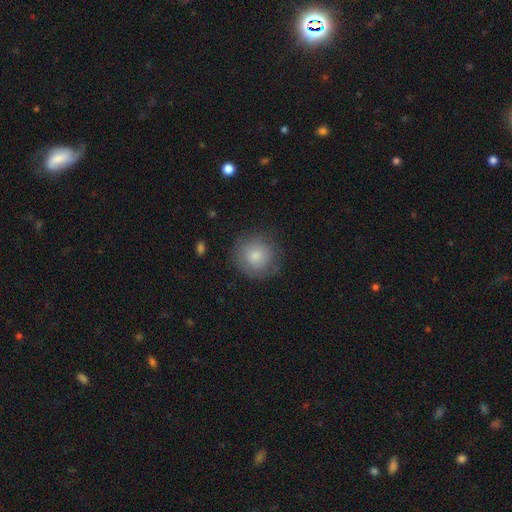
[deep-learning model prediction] Q: Smooth or featured?
A: smooth (80%); runner-up: featured or disk (12%)
Q: How rounded?
A: round (91%); runner-up: in between (8%)
Q: Merging?
A: none (79%); runner-up: minor disturbance (14%)